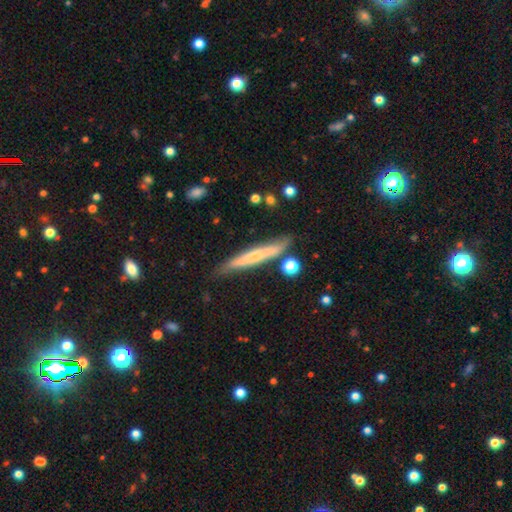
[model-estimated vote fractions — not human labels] Smooth or featured: smooth — 49% (featured or disk — 44%)
Merging: none — 78% (minor disturbance — 15%)